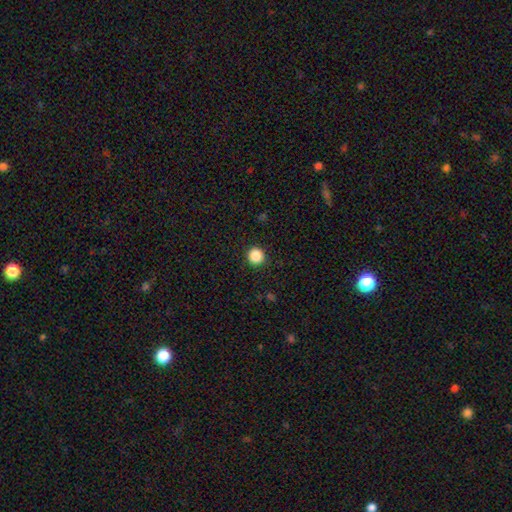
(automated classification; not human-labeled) Smooth or featured?
  - smooth: 87% *
  - star or artifact: 10%
  - featured or disk: 3%
How rounded?
  - round: 95% *
  - in between: 4%
  - cigar-shaped: 1%
Merging?
  - none: 92% *
  - minor disturbance: 5%
  - major disturbance: 2%
  - merger: 1%